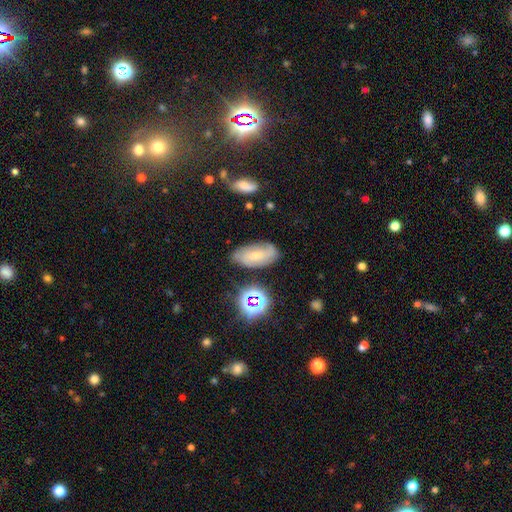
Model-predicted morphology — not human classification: smooth_or_featured: featured or disk (p=0.46) [alt: smooth p=0.41]
merging: none (p=0.69) [alt: minor disturbance p=0.22]